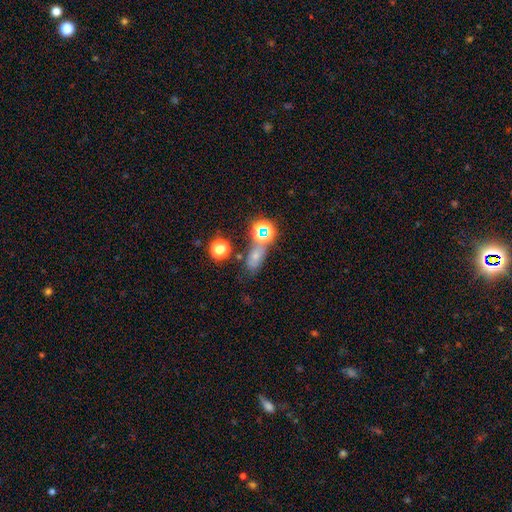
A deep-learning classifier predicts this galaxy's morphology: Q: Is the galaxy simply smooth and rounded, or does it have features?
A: smooth — 56%.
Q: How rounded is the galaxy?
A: in between — 65%.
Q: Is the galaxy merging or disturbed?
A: none — 58%.